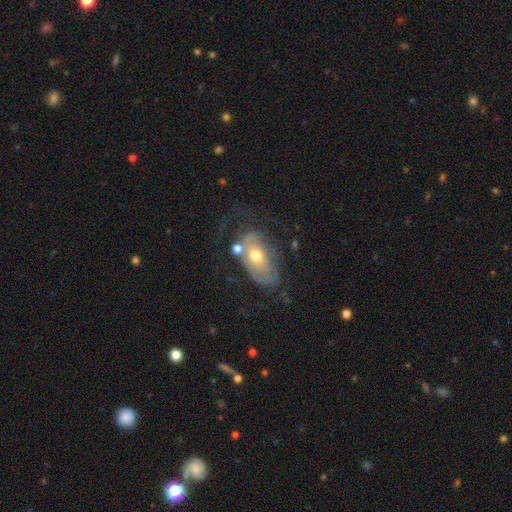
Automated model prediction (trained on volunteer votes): smooth-or-featured: featured or disk: 59% | smooth: 34% | star or artifact: 8%
  disk-edge-on: no: 91% | yes: 9%
    bar: no: 80% | weak: 16% | strong: 5%
    has-spiral-arms: yes: 52% | no: 48%
    bulge-size: moderate: 65% | small: 28% | large: 4% | none: 1% | dominant: 1%
  merging: none: 40% | major disturbance: 27% | minor disturbance: 24% | merger: 9%